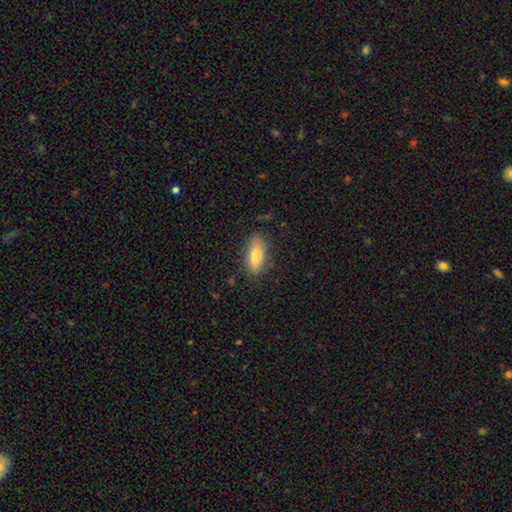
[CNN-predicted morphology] This appears to be a smooth galaxy with no disk features (80%) that is in between round and cigar-shaped (81%). Merging: none (83%).